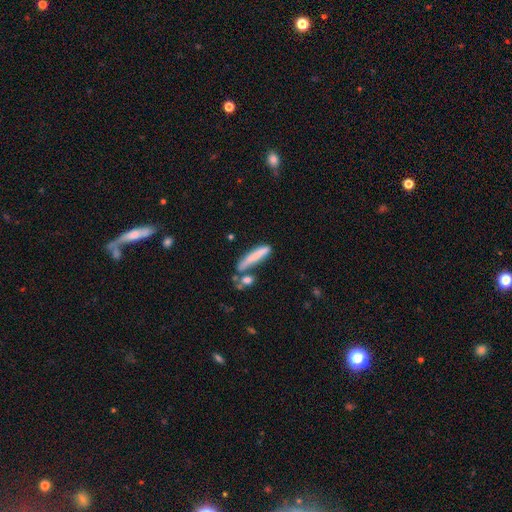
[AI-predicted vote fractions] Smooth or featured? Predicted: smooth (p=0.71). How rounded? Predicted: cigar-shaped (p=0.90). Merging? Predicted: none (p=0.57).